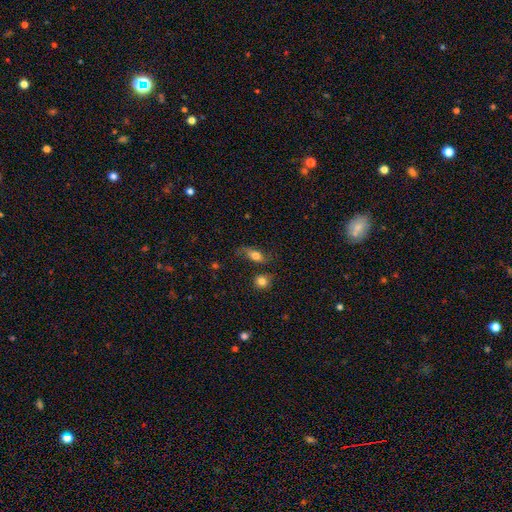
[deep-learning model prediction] This appears to be a smooth galaxy with no disk features (67%) that is in between round and cigar-shaped (74%). Merging: none (57%).